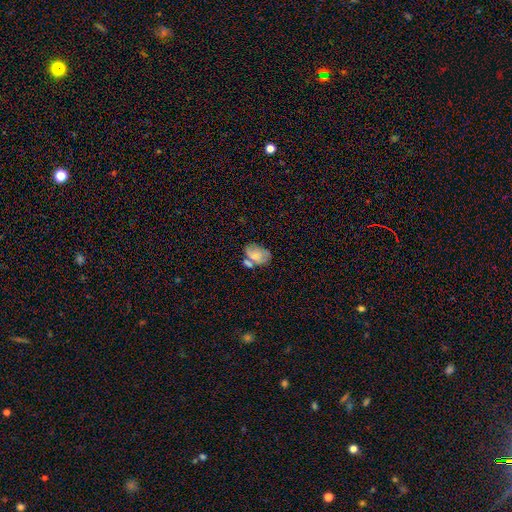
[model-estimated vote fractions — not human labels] Smooth or featured? Predicted: smooth (p=0.65). How rounded? Predicted: in between (p=0.81). Merging? Predicted: none (p=0.37).